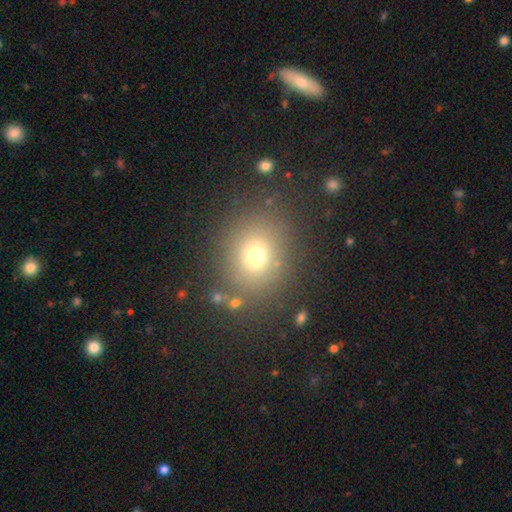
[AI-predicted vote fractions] Q: Smooth or featured?
A: smooth (71%); runner-up: star or artifact (18%)
Q: How rounded?
A: round (72%); runner-up: in between (27%)
Q: Merging?
A: none (83%); runner-up: minor disturbance (9%)